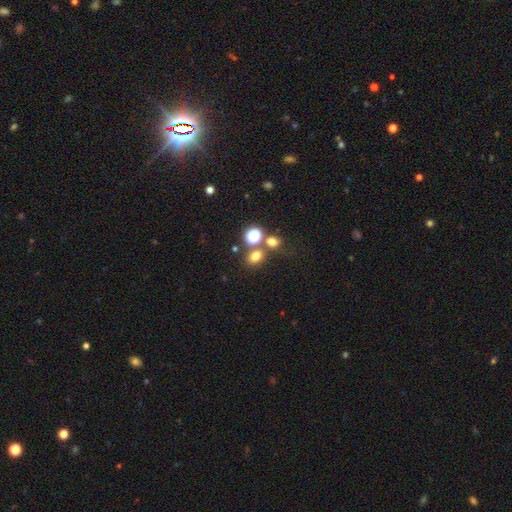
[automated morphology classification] smooth-or-featured: smooth: 71% | star or artifact: 20% | featured or disk: 8%
  how-rounded: round: 56% | in between: 43% | cigar-shaped: 1%
  merging: none: 63% | merger: 23% | minor disturbance: 10% | major disturbance: 5%